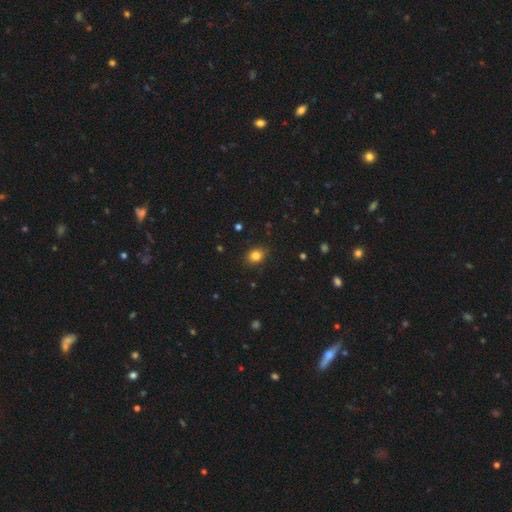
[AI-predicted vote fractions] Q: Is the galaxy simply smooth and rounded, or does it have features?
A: smooth — 83%.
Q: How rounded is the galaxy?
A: round — 54%.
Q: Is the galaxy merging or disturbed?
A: none — 86%.